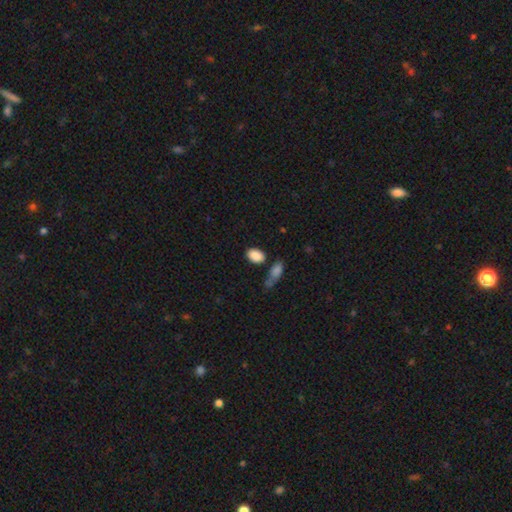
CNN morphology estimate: This appears to be a smooth galaxy with no disk features (88%) that is in between round and cigar-shaped (89%). Merging: none (70%).